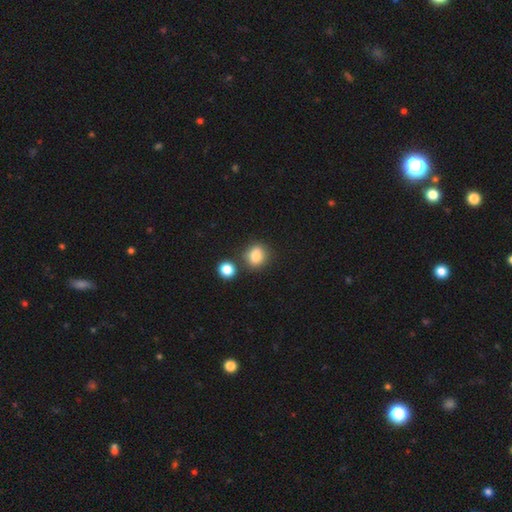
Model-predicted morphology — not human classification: The model was most divided on "how rounded": round: 61%, in between: 37%, cigar-shaped: 1%. More confident: smooth or featured — smooth (84%); merging — none (72%).